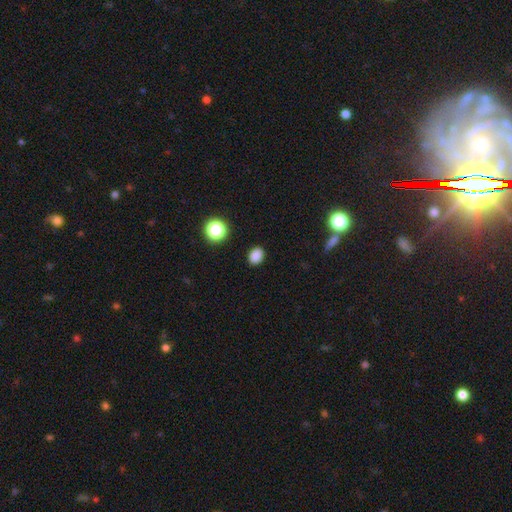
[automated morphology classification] smooth 84%, star or artifact 12%, featured or disk 3%. Down the decision tree: how rounded — in between (60%); merging — none (89%).